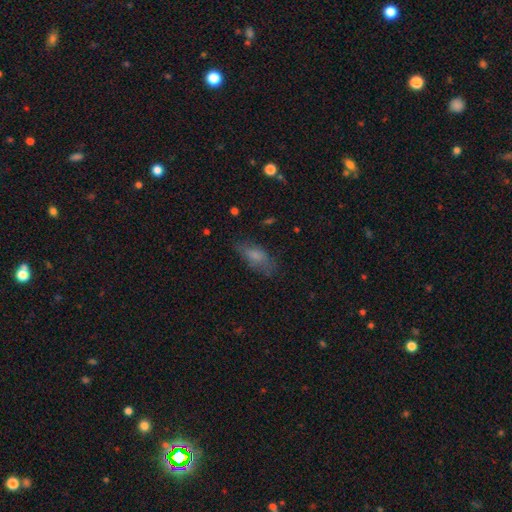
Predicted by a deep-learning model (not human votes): Overall: smooth (72%). How rounded: in between (81%). Merging: none (63%; minor disturbance 24%).